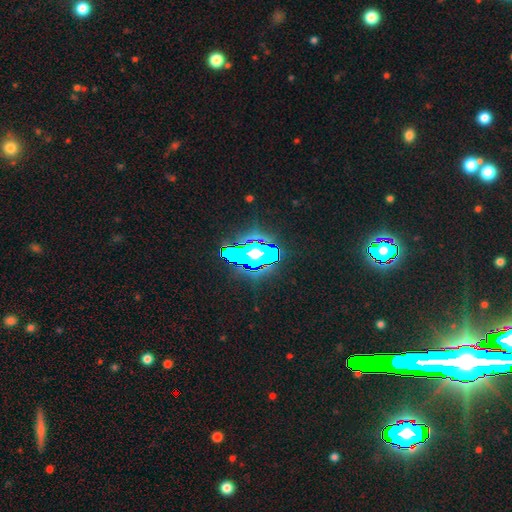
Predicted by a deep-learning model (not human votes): Smooth or featured? star or artifact (79%)